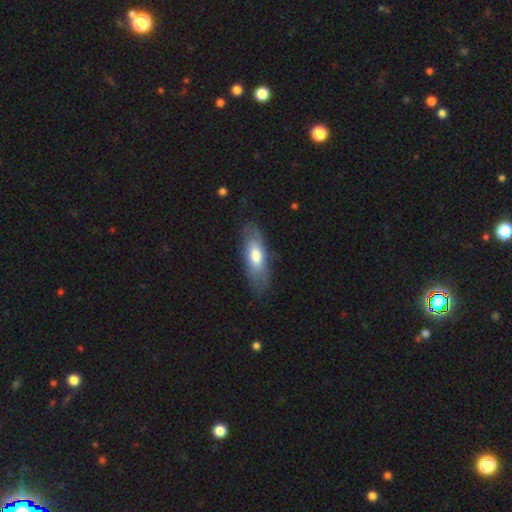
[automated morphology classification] Smooth or featured? Predicted: smooth (p=0.64). How rounded? Predicted: in between (p=0.70). Merging? Predicted: none (p=0.76).